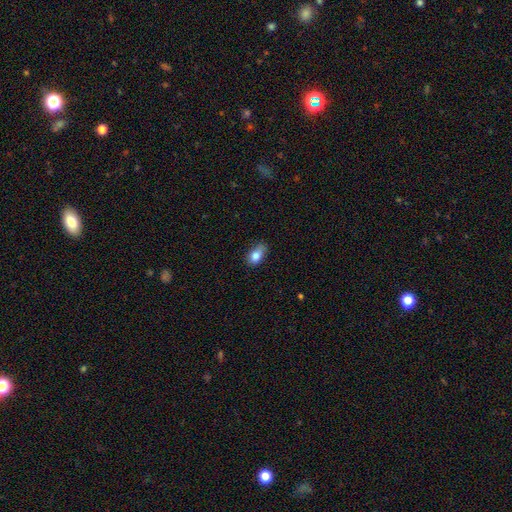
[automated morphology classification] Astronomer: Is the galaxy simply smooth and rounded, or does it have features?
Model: smooth — 83%.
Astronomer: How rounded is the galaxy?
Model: in between — 86%.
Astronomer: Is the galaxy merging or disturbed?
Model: none — 60%.